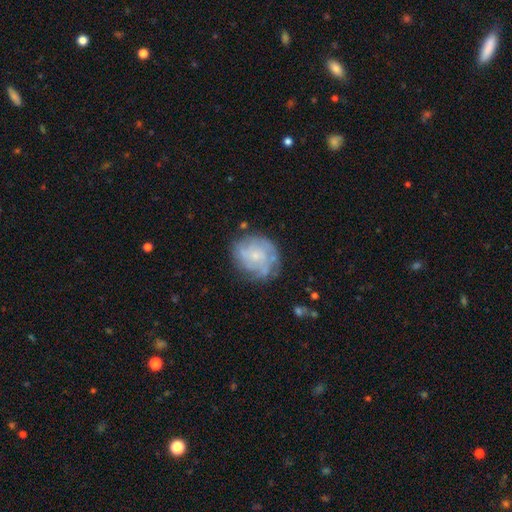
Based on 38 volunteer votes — Smooth or featured? 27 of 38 (71%) said featured or disk. Edge-on disk? 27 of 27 (100%) said no. Bar? 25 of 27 (93%) said no. Spiral arms? 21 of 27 (78%) said yes. Spiral winding? 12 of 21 (57%) said tight. Spiral arm count? 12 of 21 (57%) said can't tell. Bulge size? 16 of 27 (59%) said small. Merging? 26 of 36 (72%) said none.